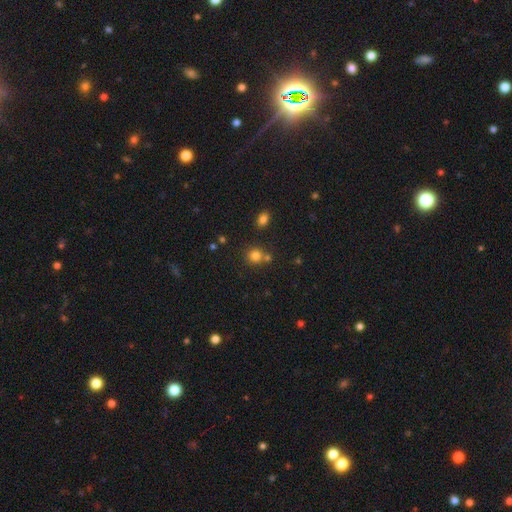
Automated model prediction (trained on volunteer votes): A smooth galaxy with no disk features (79%) that is round (87%). Merging: none (66%).